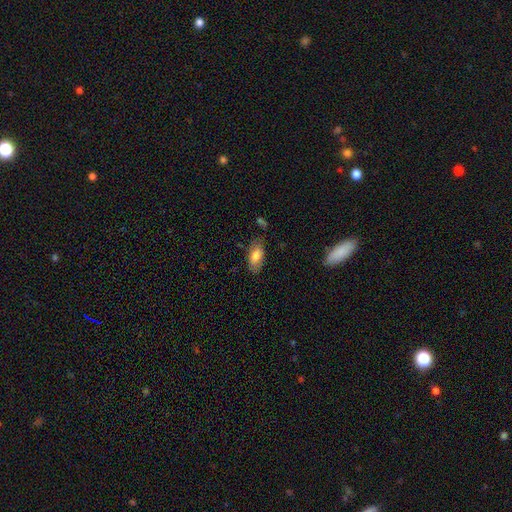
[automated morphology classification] type=smooth (78%); roundness=in between (90%); merging=none (72%).